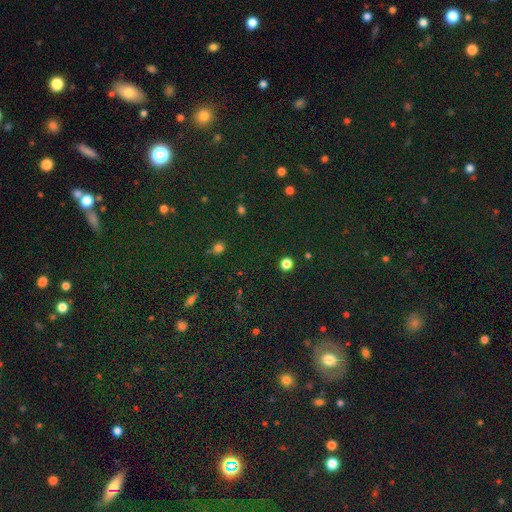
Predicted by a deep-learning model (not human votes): smooth-or-featured: star or artifact: 69% | smooth: 23% | featured or disk: 8%